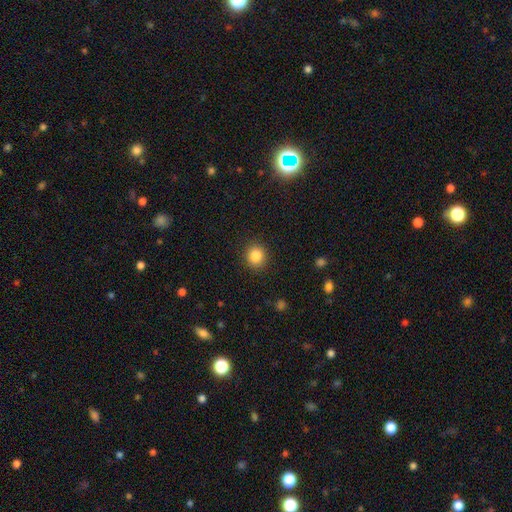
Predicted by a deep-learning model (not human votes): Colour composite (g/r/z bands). It shows a smooth galaxy with no disk features (86%) that is round (84%). Merging: none (90%).